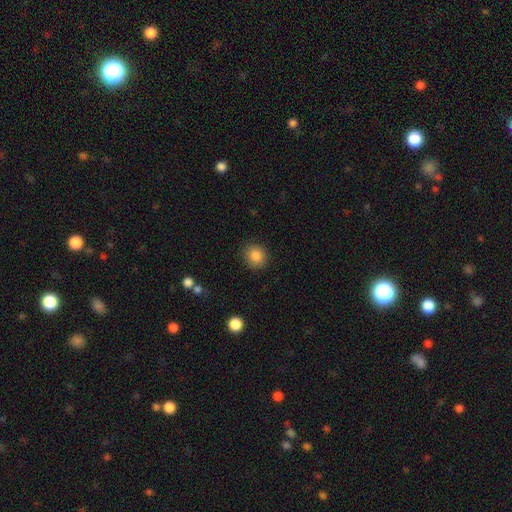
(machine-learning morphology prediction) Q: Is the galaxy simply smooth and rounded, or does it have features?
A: smooth — 85%.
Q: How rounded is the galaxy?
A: round — 82%.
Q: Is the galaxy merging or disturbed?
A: none — 88%.